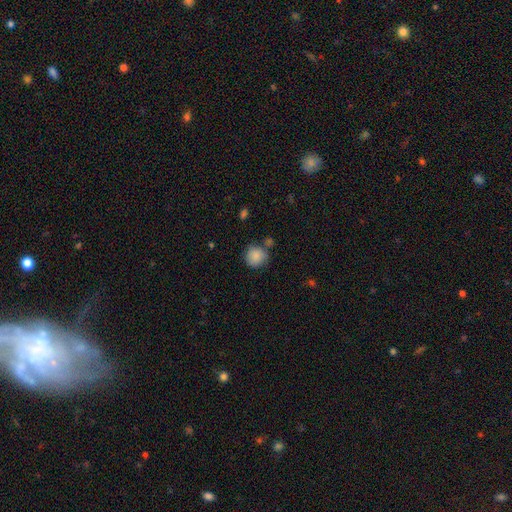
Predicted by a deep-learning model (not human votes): Smooth or featured? smooth (87%)
How rounded? round (89%)
Merging? none (68%)